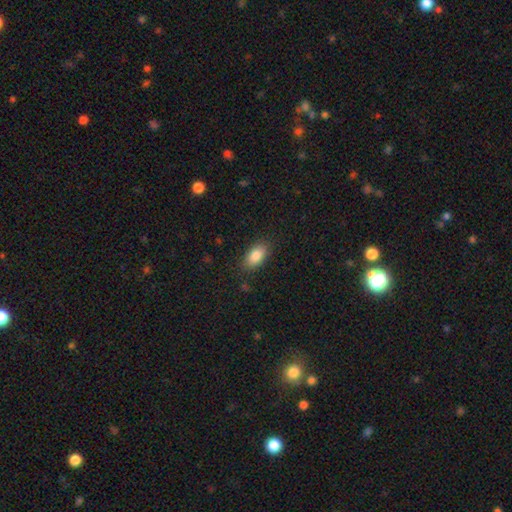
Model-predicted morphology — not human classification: smooth-or-featured: smooth: 86% | star or artifact: 7% | featured or disk: 7%
  how-rounded: in between: 91% | round: 5% | cigar-shaped: 4%
  merging: none: 84% | minor disturbance: 11% | major disturbance: 3% | merger: 1%